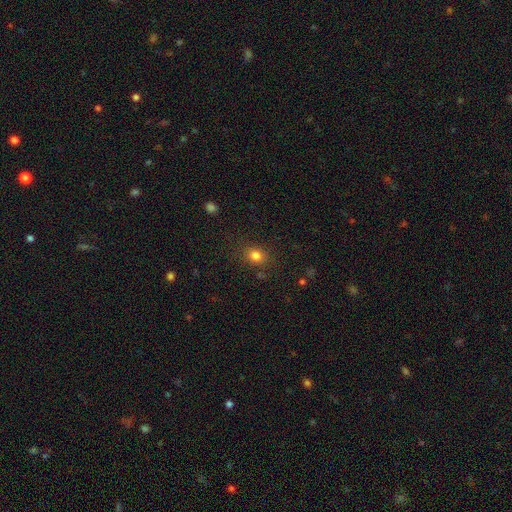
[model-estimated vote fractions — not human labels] smooth 81%, star or artifact 13%, featured or disk 6%. Down the decision tree: how rounded — round (56%); merging — none (83%).